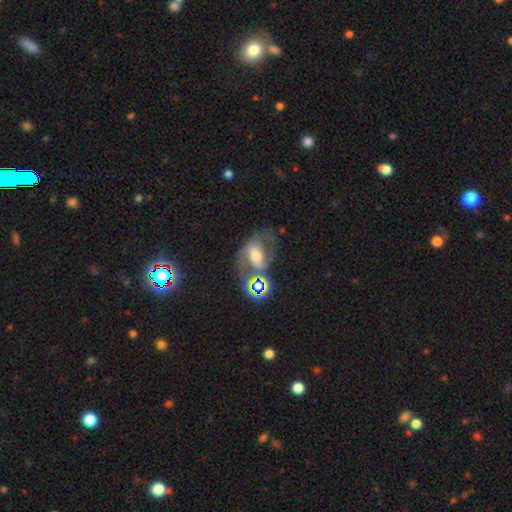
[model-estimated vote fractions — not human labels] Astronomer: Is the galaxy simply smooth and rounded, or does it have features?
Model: featured or disk — 62%.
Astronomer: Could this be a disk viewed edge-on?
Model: no — 95%.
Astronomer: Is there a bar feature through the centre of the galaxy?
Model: weak — 37% (runner-up: no, 32%).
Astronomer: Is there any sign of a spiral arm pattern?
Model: yes — 76%.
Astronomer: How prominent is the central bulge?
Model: moderate — 54%.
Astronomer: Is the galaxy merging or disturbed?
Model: none — 47%.